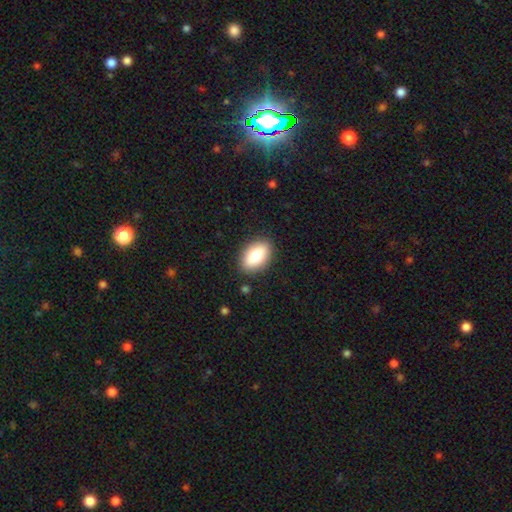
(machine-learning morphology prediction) A smooth galaxy with no disk features (80%) that is in between round and cigar-shaped (90%).

Vote fractions:
- Smooth or featured? smooth: 80% / featured or disk: 13% / star or artifact: 7%
- How rounded? in between: 90% / round: 7% / cigar-shaped: 3%
- Merging? none: 88% / minor disturbance: 9% / major disturbance: 2% / merger: 1%